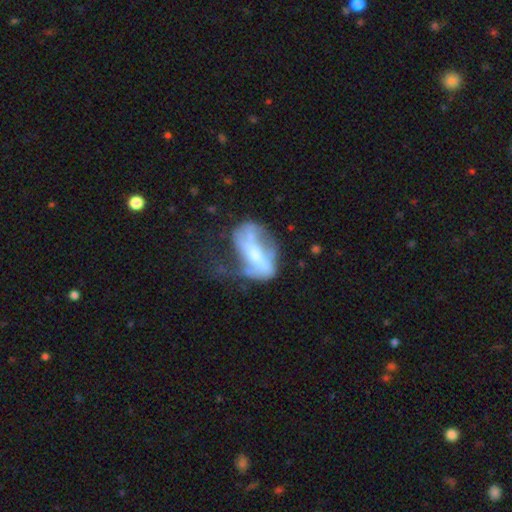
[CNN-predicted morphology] A featured or disk galaxy (62%) with a strong bar (37%), no spiral arms (55%) and a moderate central bulge (39%). Merging: major disturbance (44%).